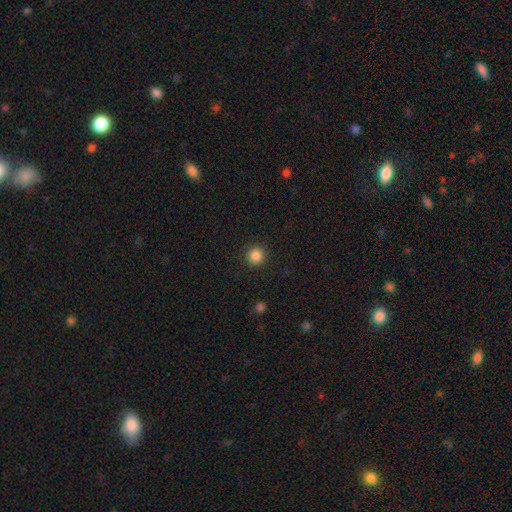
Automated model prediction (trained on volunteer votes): smooth_or_featured: smooth (p=0.86) [alt: star or artifact p=0.11]
how_rounded: round (p=0.95) [alt: in between p=0.04]
merging: none (p=0.92) [alt: minor disturbance p=0.05]